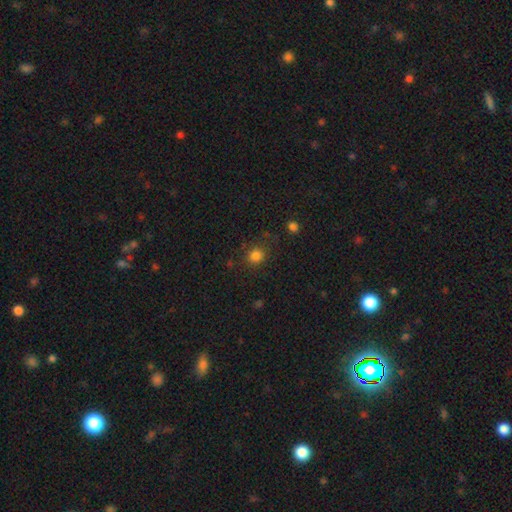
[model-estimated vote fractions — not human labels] Overall: smooth (82%). How rounded: round (85%). Merging: none (82%).